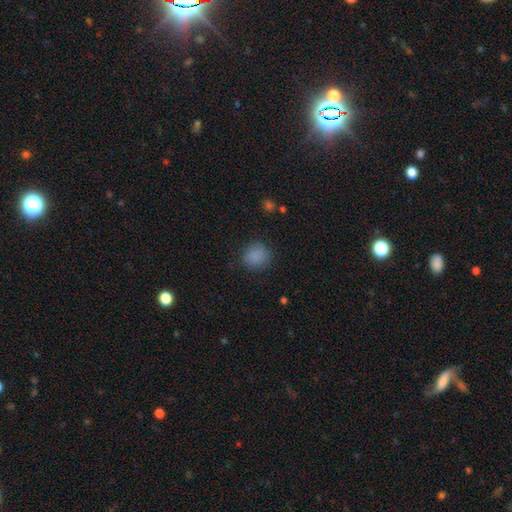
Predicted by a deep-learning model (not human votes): Overall: smooth (85%). How rounded: round (76%). Merging: none (83%).